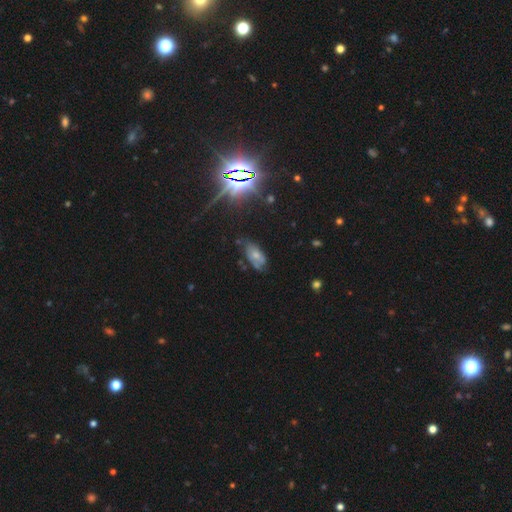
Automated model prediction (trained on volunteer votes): A smooth galaxy with no disk features (43%).

Vote fractions:
- Smooth or featured? smooth: 43% / featured or disk: 39% / star or artifact: 18%
- Merging? none: 53% / minor disturbance: 31% / major disturbance: 12% / merger: 4%